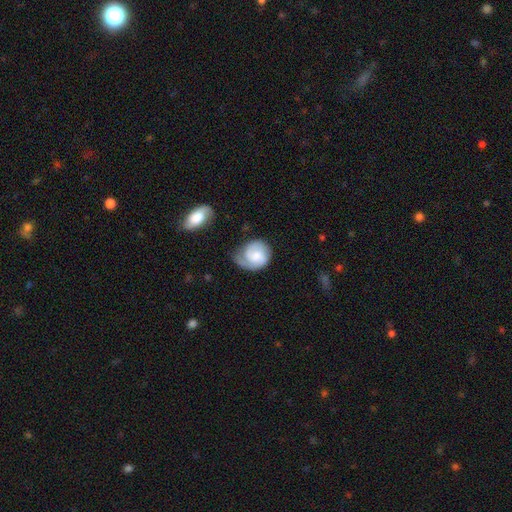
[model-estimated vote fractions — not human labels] Q: Smooth or featured?
A: featured or disk (66%); runner-up: smooth (28%)
Q: Edge-on disk?
A: no (98%); runner-up: yes (2%)
Q: Bar?
A: no (54%); runner-up: weak (39%)
Q: Spiral arms?
A: yes (94%); runner-up: no (6%)
Q: Spiral winding?
A: tight (49%); runner-up: medium (38%)
Q: Spiral arm count?
A: 2 (60%); runner-up: 1 (22%)
Q: Bulge size?
A: moderate (38%); runner-up: small (32%)
Q: Merging?
A: none (56%); runner-up: minor disturbance (28%)